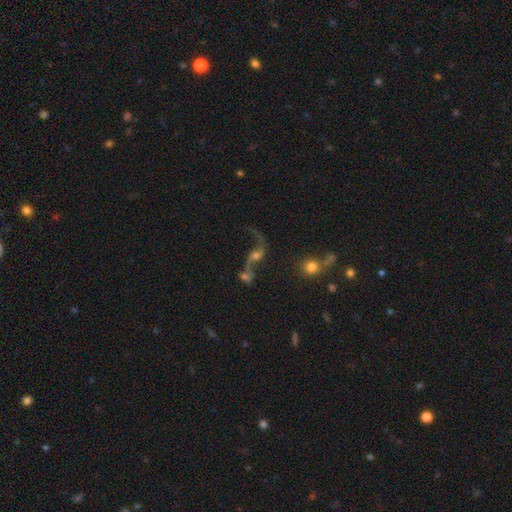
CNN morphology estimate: smooth_or_featured: featured or disk (p=0.74) [alt: smooth p=0.13]
disk_edge_on: no (p=0.94) [alt: yes p=0.06]
bar: no (p=0.60) [alt: weak p=0.30]
has_spiral_arms: yes (p=0.87) [alt: no p=0.13]
spiral_winding: loose (p=0.91) [alt: medium p=0.07]
spiral_arm_count: 2 (p=0.85) [alt: 1 p=0.10]
bulge_size: moderate (p=0.46) [alt: small p=0.29]
merging: none (p=0.40) [alt: merger p=0.29]